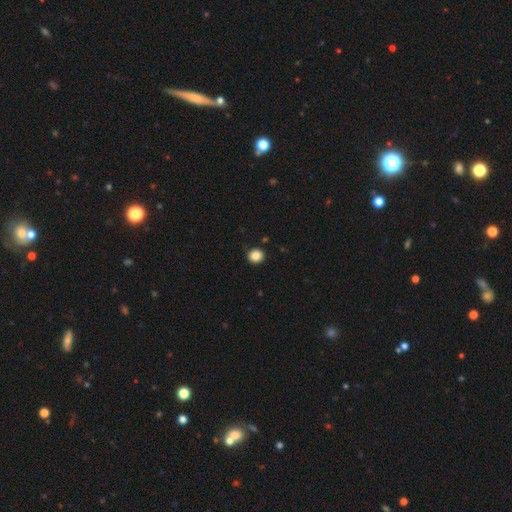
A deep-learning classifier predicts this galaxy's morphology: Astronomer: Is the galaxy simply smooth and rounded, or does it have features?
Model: smooth — 86%.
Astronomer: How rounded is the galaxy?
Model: round — 88%.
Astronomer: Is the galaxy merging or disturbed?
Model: none — 93%.